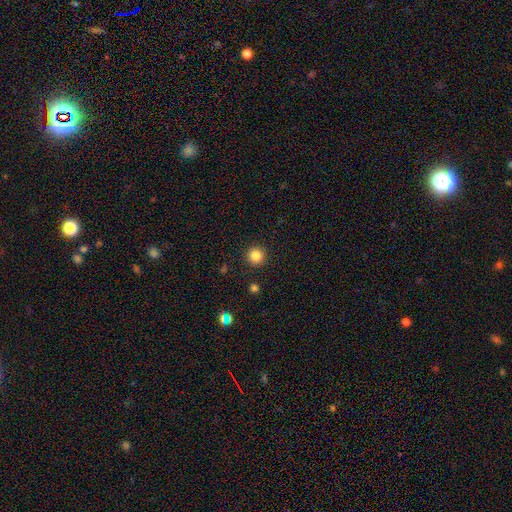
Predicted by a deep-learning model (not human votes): The model was most divided on "smooth or featured": smooth: 85%, star or artifact: 11%, featured or disk: 4%. More confident: how rounded — round (96%); merging — none (92%).